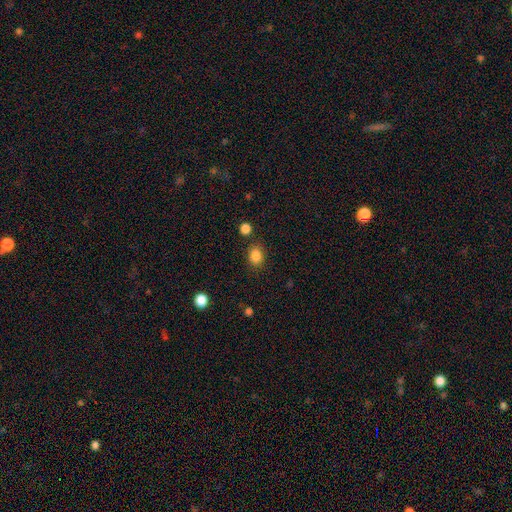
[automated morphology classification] Smooth or featured? Predicted: smooth (p=0.86). How rounded? Predicted: in between (p=0.50). Merging? Predicted: none (p=0.81).